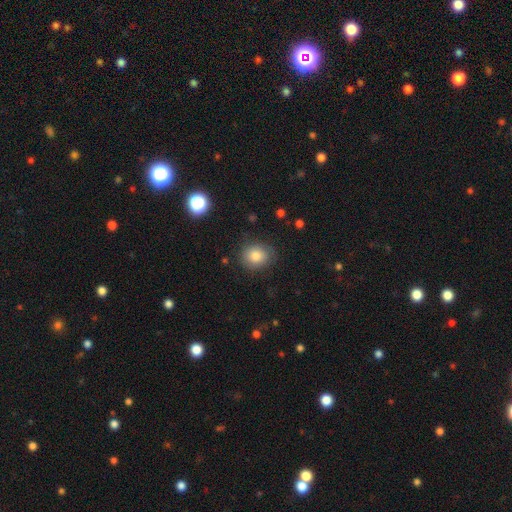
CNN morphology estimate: type=smooth (76%); roundness=round (76%); merging=none (79%).